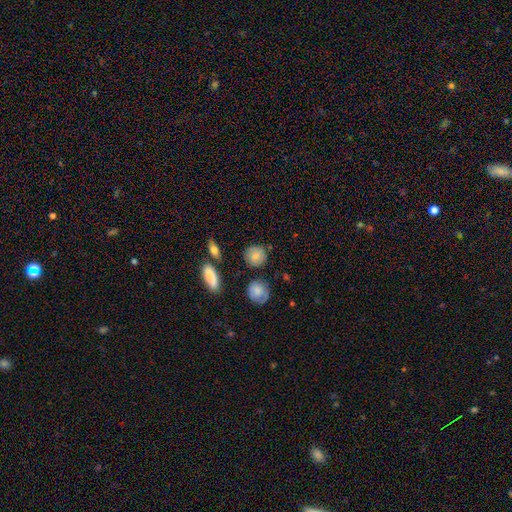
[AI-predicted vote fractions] smooth 82%, featured or disk 10%, star or artifact 9%. Down the decision tree: how rounded — round (82%); merging — none (81%).